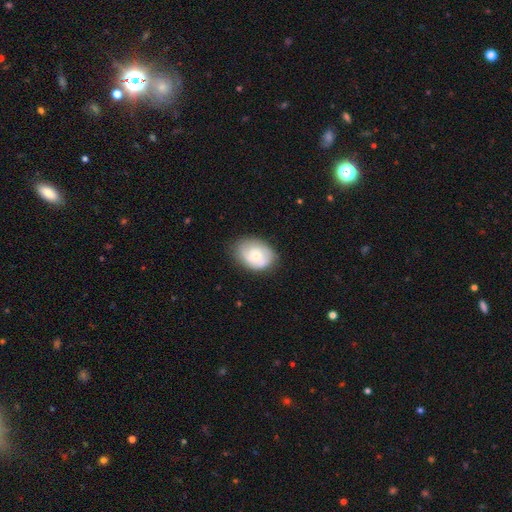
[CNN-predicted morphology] A featured or disk galaxy (48%). Merging: none (74%).